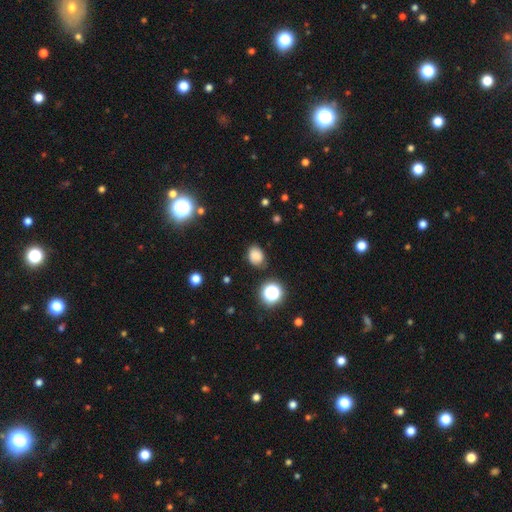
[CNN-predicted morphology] smooth_or_featured: smooth (p=0.80) [alt: star or artifact p=0.15]
how_rounded: in between (p=0.56) [alt: round p=0.42]
merging: none (p=0.78) [alt: minor disturbance p=0.16]